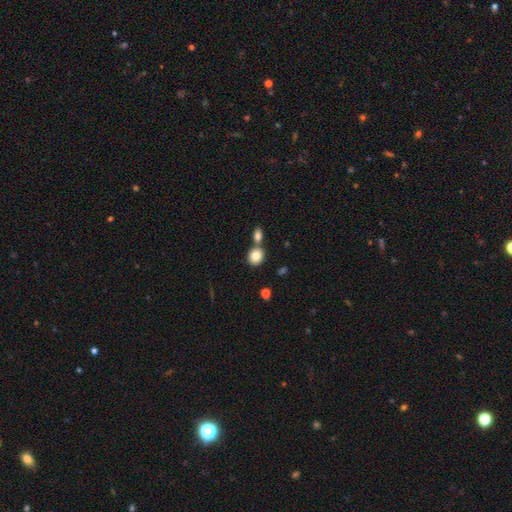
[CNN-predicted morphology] Smooth or featured? smooth (84%)
How rounded? round (72%)
Merging? none (57%)